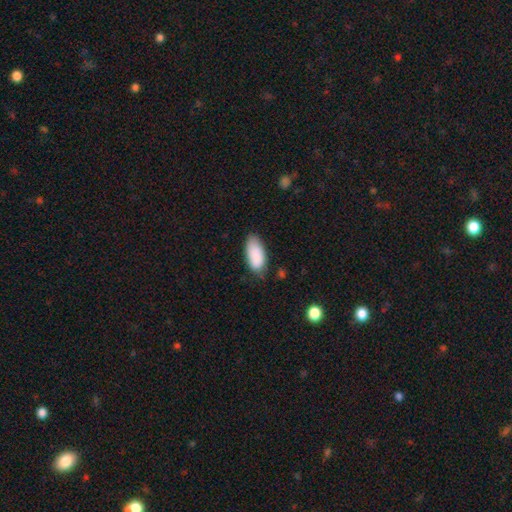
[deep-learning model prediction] smooth 88%, star or artifact 6%, featured or disk 5%. Down the decision tree: how rounded — in between (91%); merging — none (71%).